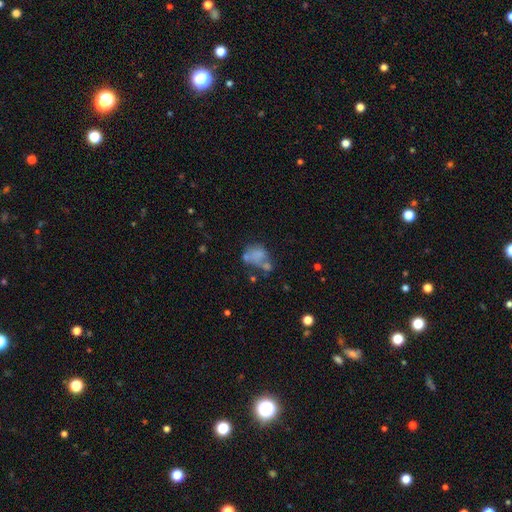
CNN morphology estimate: A smooth galaxy with no disk features (54%) that is in between round and cigar-shaped (66%). Merging: merger (34%).